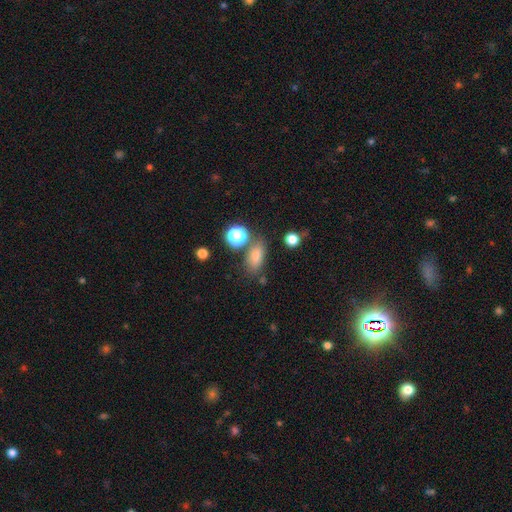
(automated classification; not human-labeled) Overall: smooth (76%). How rounded: in between (76%). Merging: none (70%).